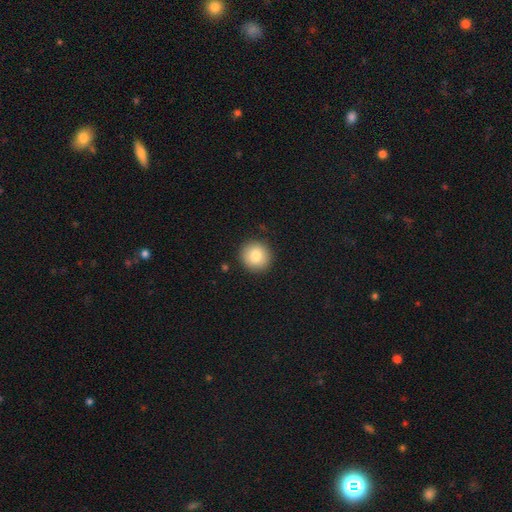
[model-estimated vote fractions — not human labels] This is clearly a smooth galaxy (84%). How rounded: clearly round (93%). Merging: clearly none (91%).